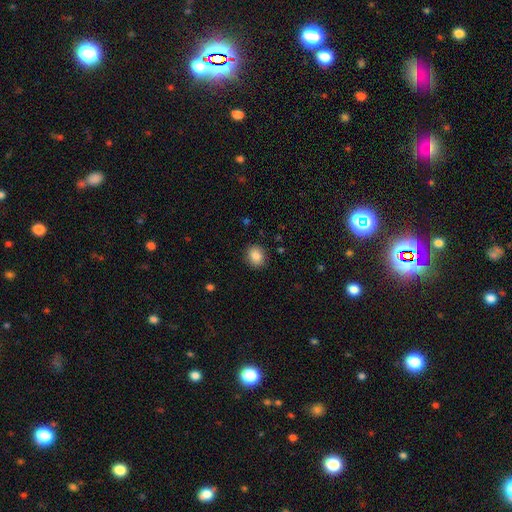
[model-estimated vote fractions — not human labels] Morphology: type=smooth (86%); roundness=round (62%); merging=none (88%).